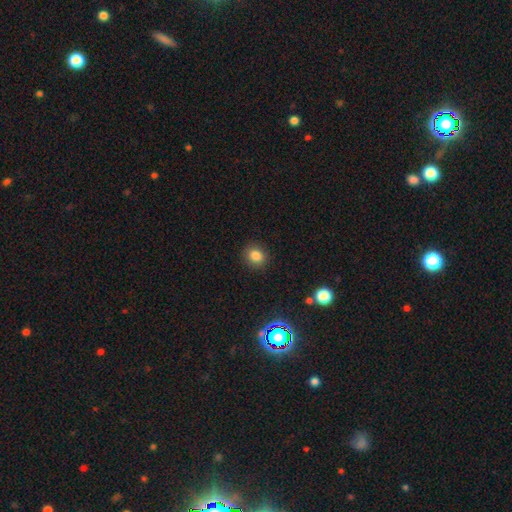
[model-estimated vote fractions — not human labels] This is clearly a smooth galaxy (82%). How rounded: likely round (73%). Merging: clearly none (89%).